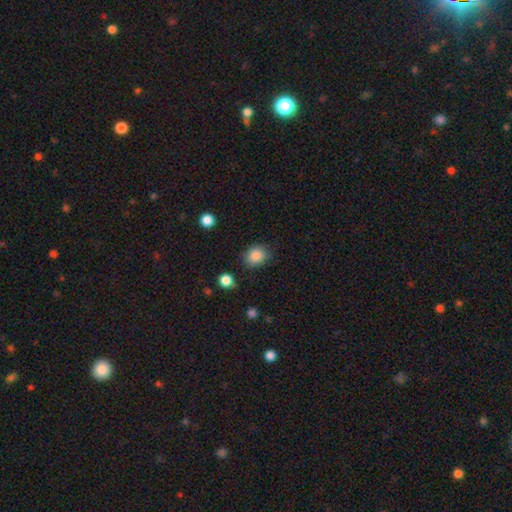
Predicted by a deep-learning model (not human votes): This appears to be a smooth galaxy with no disk features (86%) that is round (61%). Merging: none (79%).